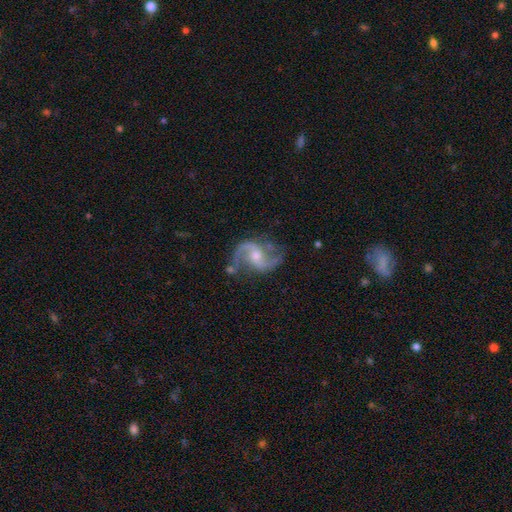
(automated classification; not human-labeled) This is clearly a featured or disk galaxy (92%). It is clearly not viewed edge-on (98%). Bar: possibly no (45%). Spiral arm pattern: clearly yes (98%). Spiral arm count: clearly 2 (93%). Spiral winding: possibly loose (51%). Central bulge: possibly moderate (50%). Merging: likely none (69%).